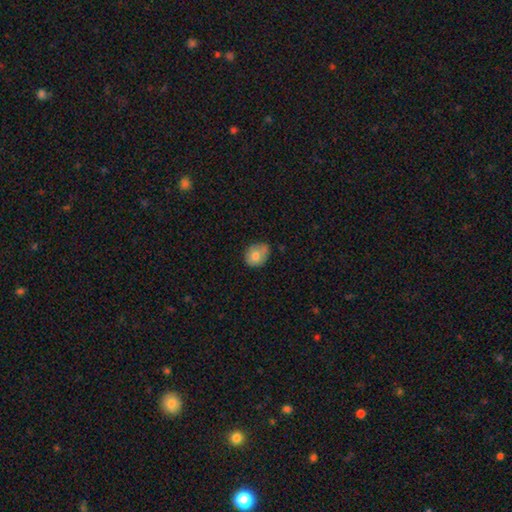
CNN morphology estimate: Q: Smooth or featured?
A: smooth (76%); runner-up: featured or disk (16%)
Q: How rounded?
A: round (51%); runner-up: in between (48%)
Q: Merging?
A: none (58%); runner-up: minor disturbance (32%)